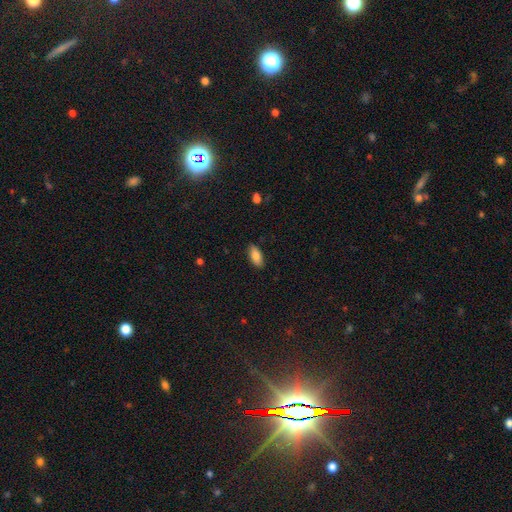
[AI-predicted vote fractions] This appears to be a smooth galaxy with no disk features (84%) that is in between round and cigar-shaped (88%). Merging: none (86%).